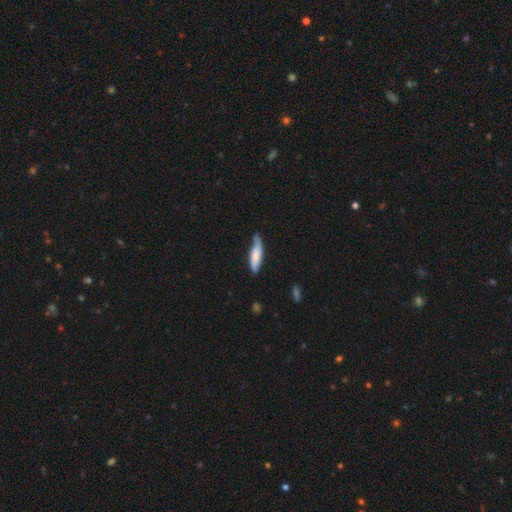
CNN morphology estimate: Smooth or featured: smooth — 68% (featured or disk — 26%)
How rounded: cigar-shaped — 65% (in between — 33%)
Merging: none — 54% (minor disturbance — 34%)